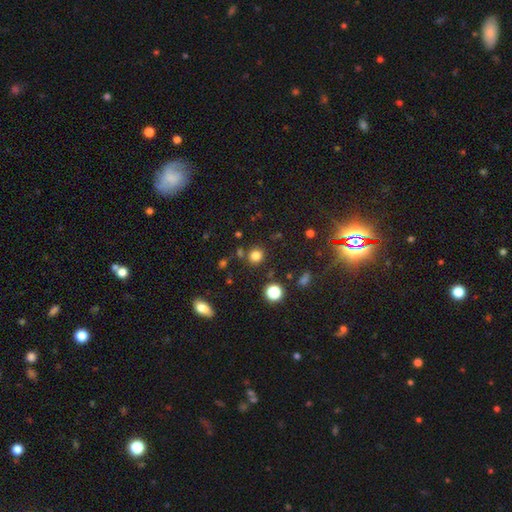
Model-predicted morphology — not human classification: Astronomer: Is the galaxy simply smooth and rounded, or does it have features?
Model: smooth — 79%.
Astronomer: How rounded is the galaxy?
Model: round — 85%.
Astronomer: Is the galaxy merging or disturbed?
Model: none — 81%.